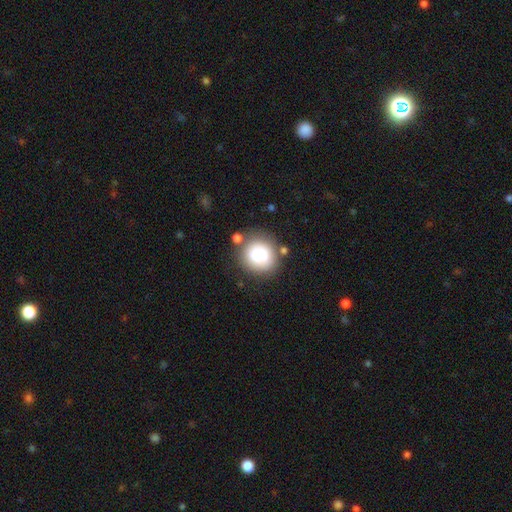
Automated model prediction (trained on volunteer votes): smooth-or-featured: smooth: 76% | featured or disk: 15% | star or artifact: 9%
  how-rounded: round: 84% | in between: 15% | cigar-shaped: 1%
  merging: none: 71% | minor disturbance: 14% | merger: 9% | major disturbance: 5%